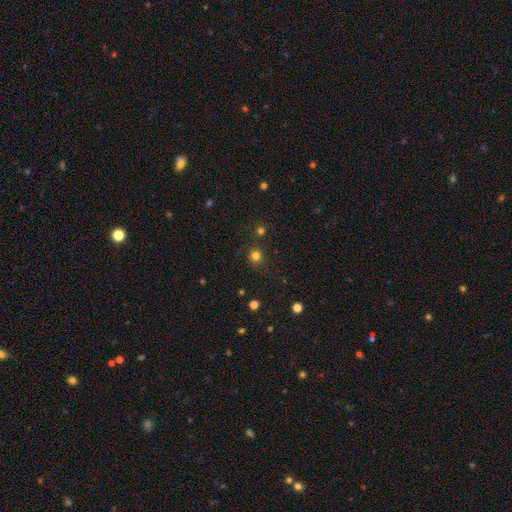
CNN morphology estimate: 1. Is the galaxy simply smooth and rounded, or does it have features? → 77% smooth, 18% star or artifact, 5% featured or disk.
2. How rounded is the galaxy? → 93% round, 6% in between, 1% cigar-shaped.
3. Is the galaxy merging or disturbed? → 87% none, 8% minor disturbance, 3% major disturbance, 3% merger.